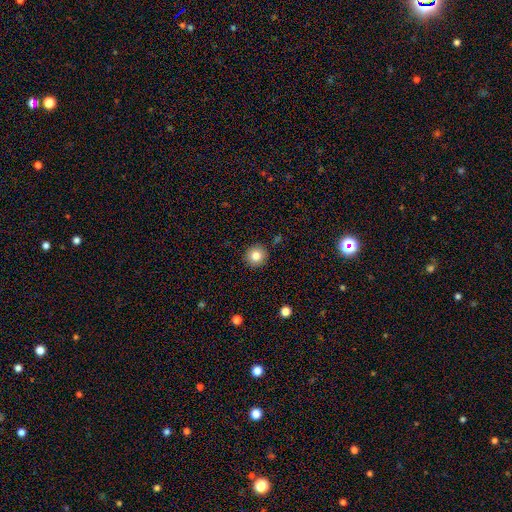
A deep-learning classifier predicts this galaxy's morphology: Q: Smooth or featured?
A: smooth (82%); runner-up: star or artifact (10%)
Q: How rounded?
A: round (94%); runner-up: in between (5%)
Q: Merging?
A: none (91%); runner-up: minor disturbance (6%)